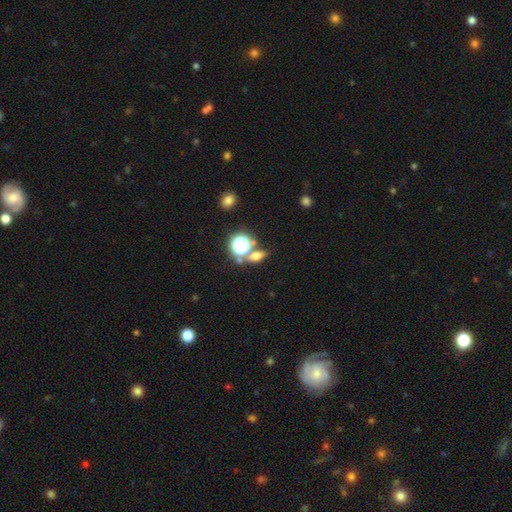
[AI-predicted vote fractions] Smooth or featured? Predicted: smooth (p=0.58). How rounded? Predicted: in between (p=0.52). Merging? Predicted: none (p=0.69).